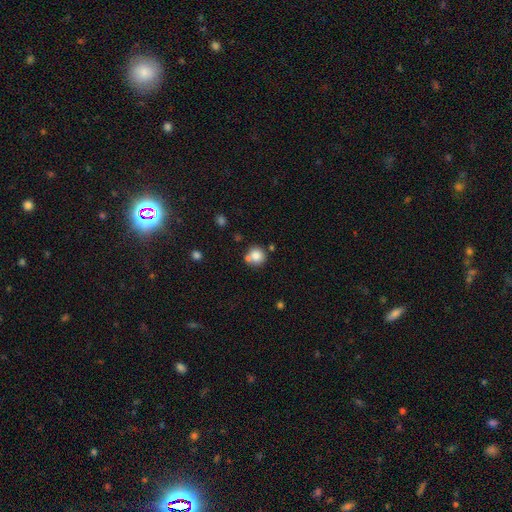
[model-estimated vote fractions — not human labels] Smooth or featured?
  - smooth: 81% *
  - star or artifact: 10%
  - featured or disk: 9%
How rounded?
  - round: 91% *
  - in between: 8%
  - cigar-shaped: 1%
Merging?
  - none: 63% *
  - merger: 22%
  - minor disturbance: 11%
  - major disturbance: 4%